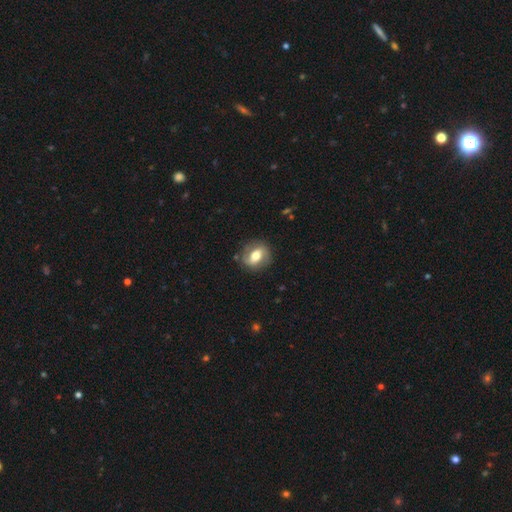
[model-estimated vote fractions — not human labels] The model was most divided on "smooth or featured": smooth: 48%, featured or disk: 44%, star or artifact: 7%. More confident: merging — none (80%).